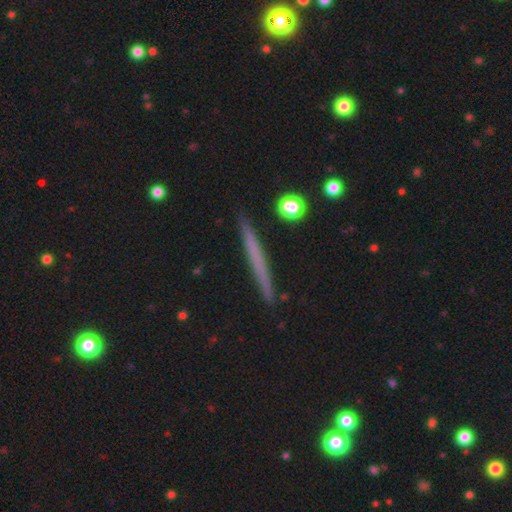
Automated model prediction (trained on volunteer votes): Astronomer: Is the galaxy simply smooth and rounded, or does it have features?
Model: smooth — 52% (runner-up: featured or disk, 40%).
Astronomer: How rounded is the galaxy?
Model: cigar-shaped — 96%.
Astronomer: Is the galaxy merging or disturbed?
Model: none — 91%.